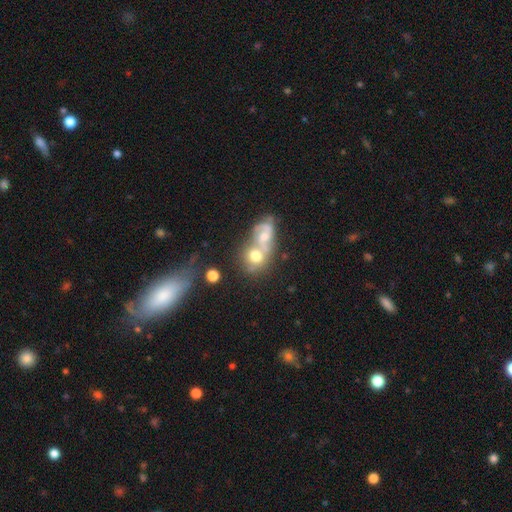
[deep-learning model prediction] Smooth or featured: smooth — 54% (featured or disk — 35%)
How rounded: round — 60% (in between — 38%)
Merging: merger — 66% (none — 21%)